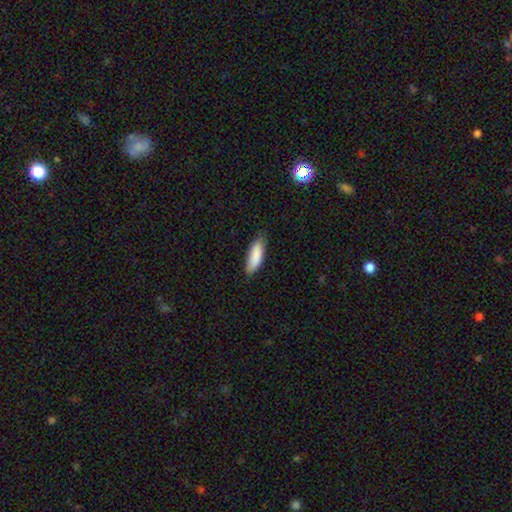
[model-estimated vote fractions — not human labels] Smooth or featured: smooth — 88% (featured or disk — 6%)
How rounded: in between — 60% (cigar-shaped — 38%)
Merging: none — 76% (minor disturbance — 20%)